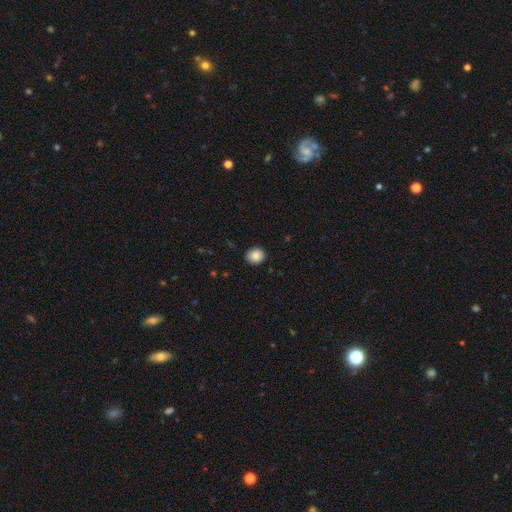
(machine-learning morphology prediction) This is clearly a smooth galaxy (87%). How rounded: likely round (78%). Merging: clearly none (91%).